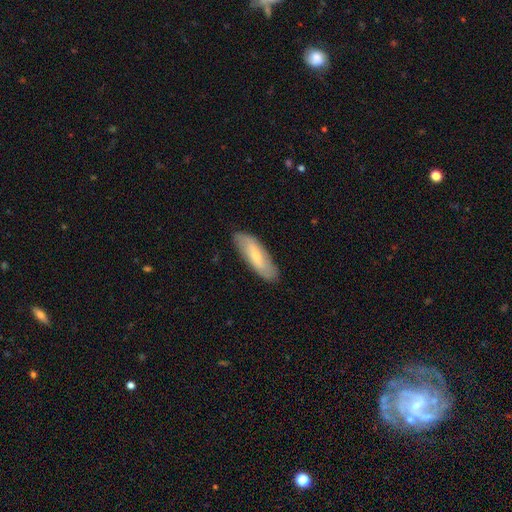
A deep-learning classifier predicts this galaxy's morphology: Q: Smooth or featured?
A: smooth (52%); runner-up: featured or disk (42%)
Q: How rounded?
A: in between (56%); runner-up: cigar-shaped (42%)
Q: Merging?
A: none (84%); runner-up: minor disturbance (13%)